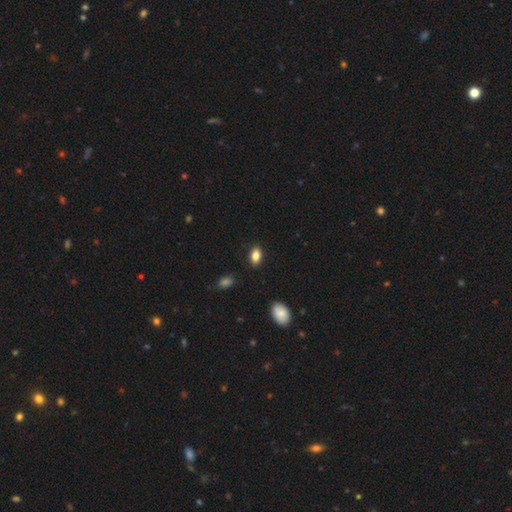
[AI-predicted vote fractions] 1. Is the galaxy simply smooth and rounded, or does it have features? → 83% smooth, 8% star or artifact, 8% featured or disk.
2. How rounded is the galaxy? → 89% in between, 7% round, 4% cigar-shaped.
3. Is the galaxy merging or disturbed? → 87% none, 9% minor disturbance, 2% major disturbance, 1% merger.